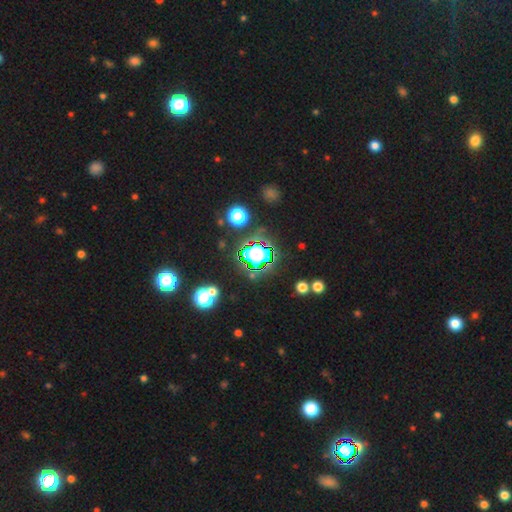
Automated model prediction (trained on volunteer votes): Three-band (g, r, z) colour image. It shows a star or artifact, not a galaxy (71%).